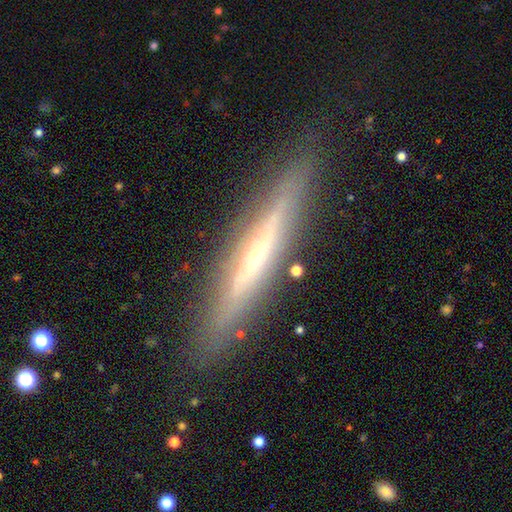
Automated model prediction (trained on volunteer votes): featured or disk 75%, smooth 17%, star or artifact 7%. Down the decision tree: edge-on disk — yes (93%); edge-on bulge — rounded (64%); merging — none (87%).